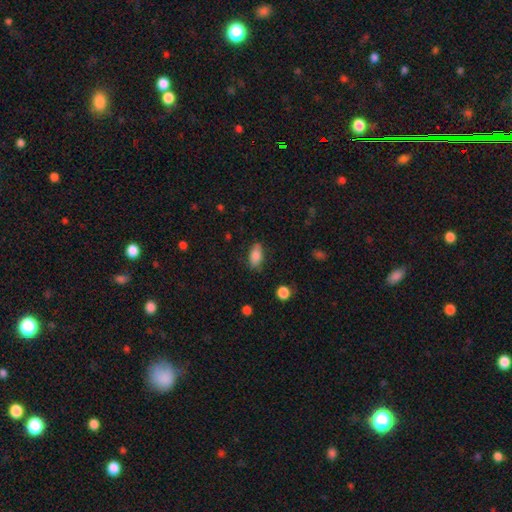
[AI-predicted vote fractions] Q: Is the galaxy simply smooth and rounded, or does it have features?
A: smooth — 84%.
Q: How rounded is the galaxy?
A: in between — 89%.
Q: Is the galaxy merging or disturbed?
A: none — 77%.